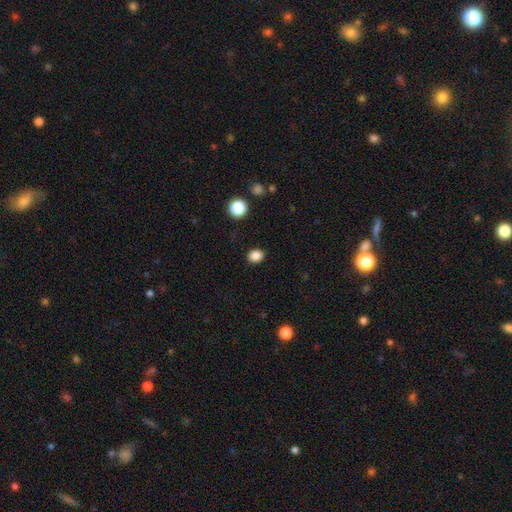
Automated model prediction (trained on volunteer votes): smooth 86%, star or artifact 11%, featured or disk 3%. Down the decision tree: how rounded — round (50%); merging — none (88%).